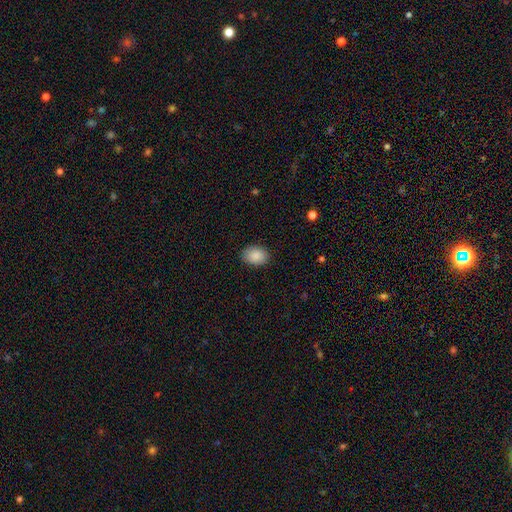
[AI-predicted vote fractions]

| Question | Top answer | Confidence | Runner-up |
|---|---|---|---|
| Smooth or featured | smooth | 89% | star or artifact (7%) |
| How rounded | in between | 76% | round (23%) |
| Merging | none | 88% | minor disturbance (9%) |